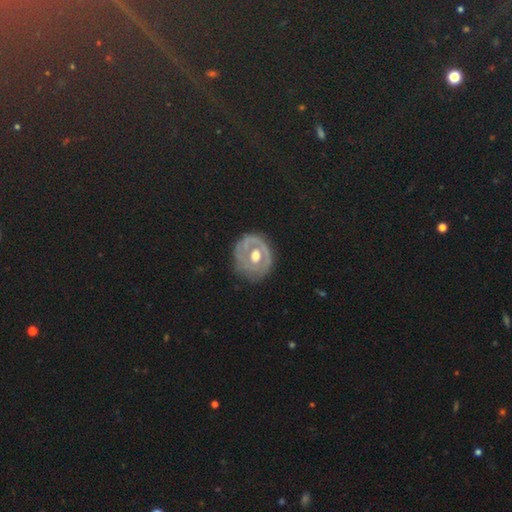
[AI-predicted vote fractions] Smooth or featured? Predicted: featured or disk (p=0.71). Edge-on disk? Predicted: no (p=0.96). Bar? Predicted: no (p=0.68). Spiral arms? Predicted: yes (p=0.50, tied with no). Bulge size? Predicted: moderate (p=0.75). Merging? Predicted: none (p=0.64).